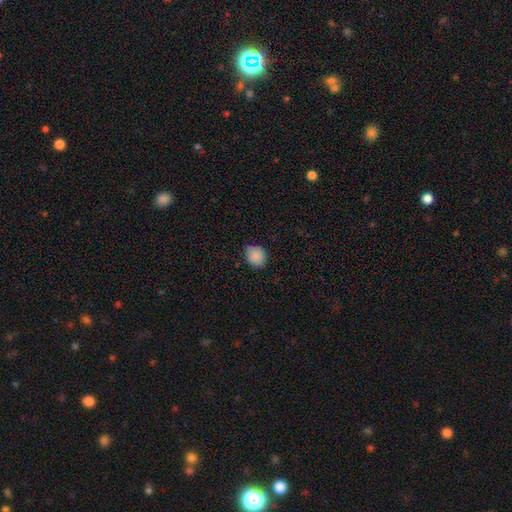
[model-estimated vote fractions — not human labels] Q: Smooth or featured?
A: smooth (88%); runner-up: star or artifact (8%)
Q: How rounded?
A: round (67%); runner-up: in between (32%)
Q: Merging?
A: none (80%); runner-up: minor disturbance (16%)